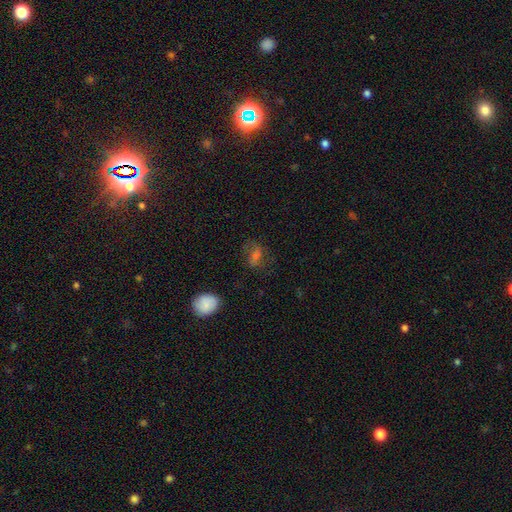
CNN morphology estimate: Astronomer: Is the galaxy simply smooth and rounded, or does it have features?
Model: smooth — 53%.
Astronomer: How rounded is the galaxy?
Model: in between — 69%.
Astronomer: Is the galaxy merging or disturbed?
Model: none — 65%.